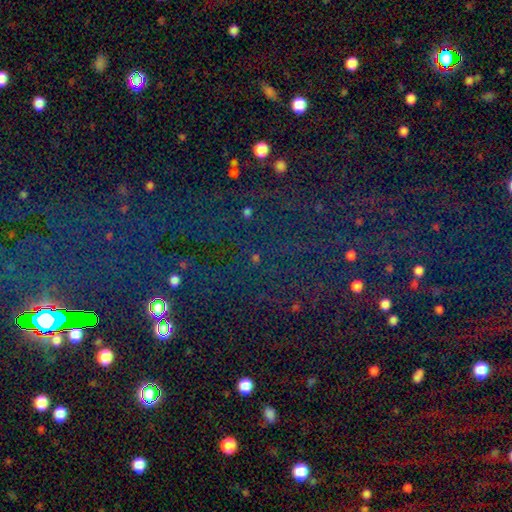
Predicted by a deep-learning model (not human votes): Overall: star or artifact (78%).